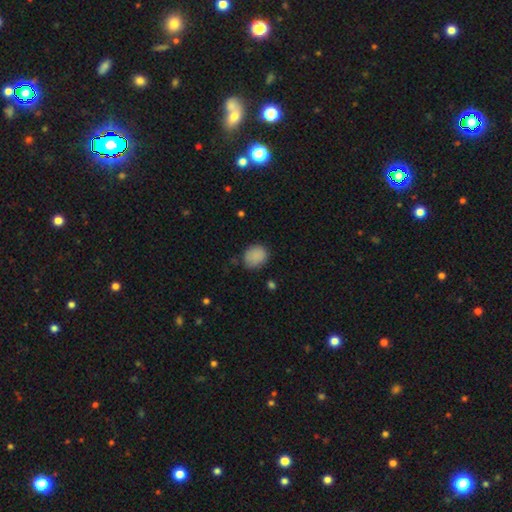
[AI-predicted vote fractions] Overall: smooth (87%). How rounded: round (65%; in between 34%). Merging: none (74%).